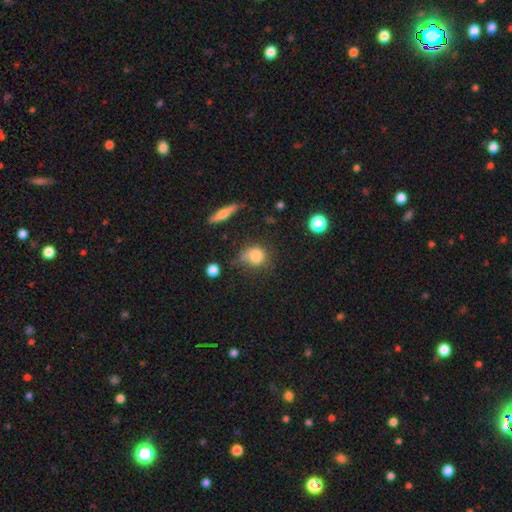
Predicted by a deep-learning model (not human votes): Morphology: type=smooth (78%); roundness=round (61%); merging=none (45%).